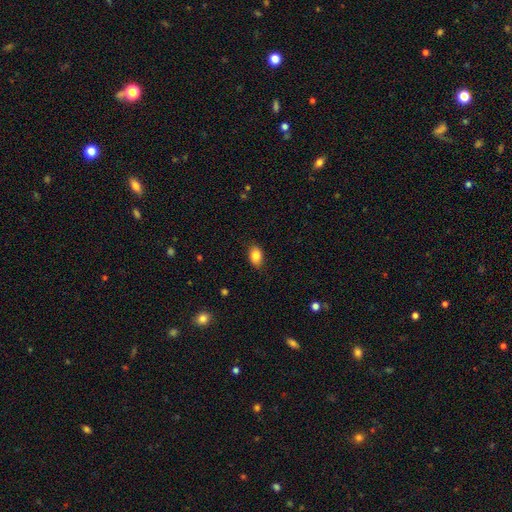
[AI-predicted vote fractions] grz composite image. It shows a smooth galaxy with no disk features (85%) that is in between round and cigar-shaped (84%). Merging: none (86%).